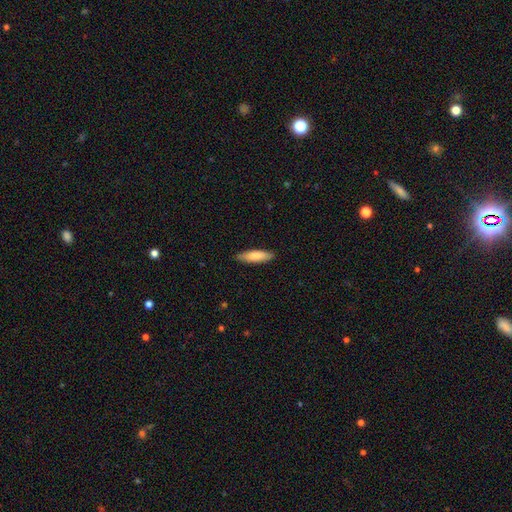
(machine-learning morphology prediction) smooth_or_featured: smooth (p=0.84) [alt: featured or disk p=0.11]
how_rounded: cigar-shaped (p=0.61) [alt: in between p=0.38]
merging: none (p=0.87) [alt: minor disturbance p=0.10]